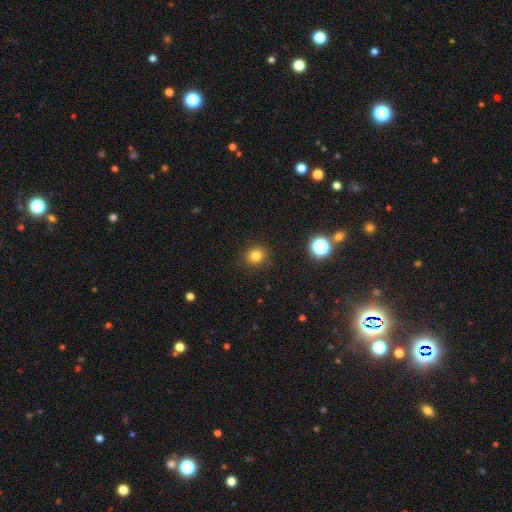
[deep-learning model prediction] This is clearly a smooth galaxy (80%). How rounded: clearly round (84%). Merging: clearly none (89%).